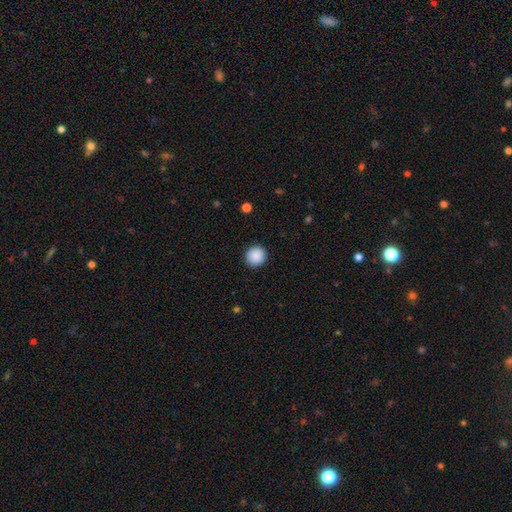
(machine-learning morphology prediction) smooth 90%, star or artifact 8%, featured or disk 2%. Down the decision tree: how rounded — round (95%); merging — none (93%).